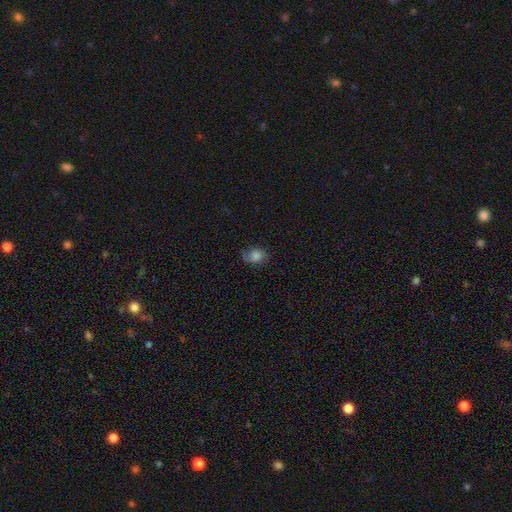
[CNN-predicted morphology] type=smooth (74%); roundness=in between (57%); merging=none (56%).